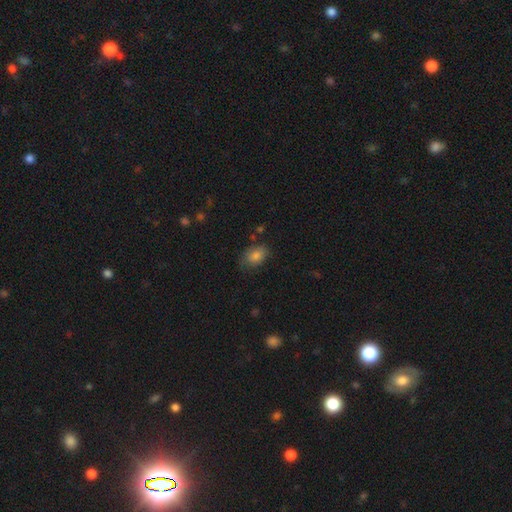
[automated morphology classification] This appears to be a smooth galaxy with no disk features (83%) that is in between round and cigar-shaped (82%). Merging: none (71%).